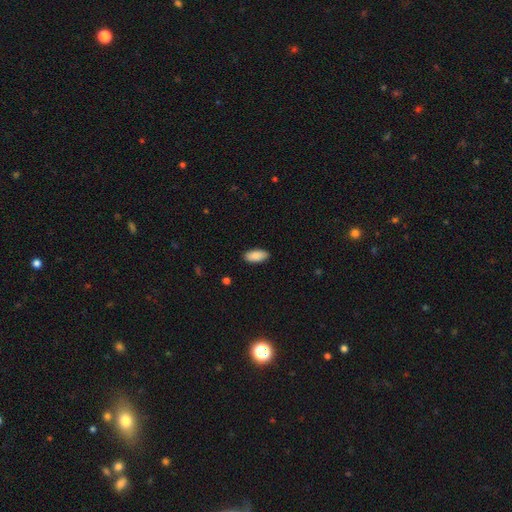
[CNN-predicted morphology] A smooth galaxy with no disk features (89%) that is in between round and cigar-shaped (90%). Merging: none (89%).